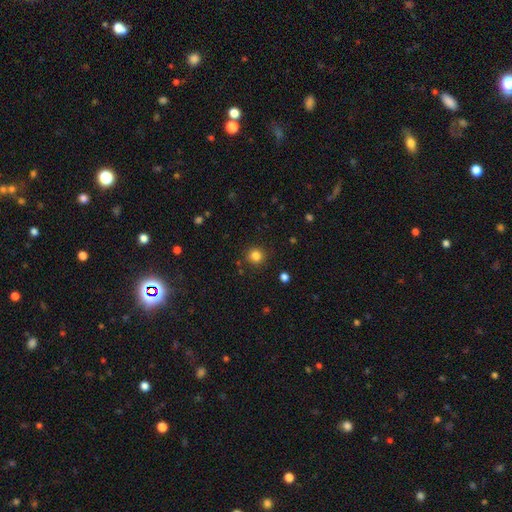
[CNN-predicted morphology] This appears to be a smooth galaxy with no disk features (82%) that is round (92%). Merging: none (88%).